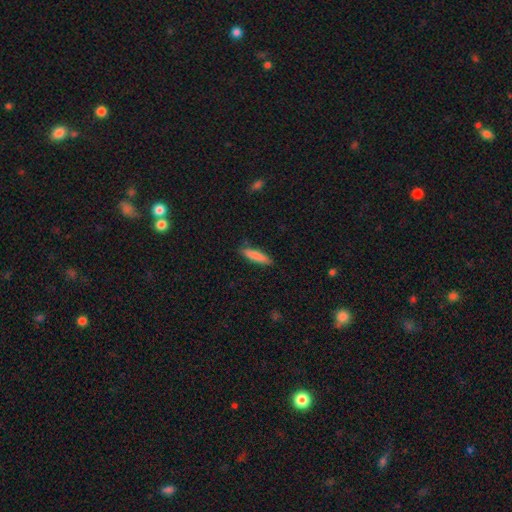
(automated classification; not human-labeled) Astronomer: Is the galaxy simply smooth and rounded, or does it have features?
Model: smooth — 84%.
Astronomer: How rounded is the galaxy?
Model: cigar-shaped — 82%.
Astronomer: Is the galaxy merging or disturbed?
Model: none — 86%.